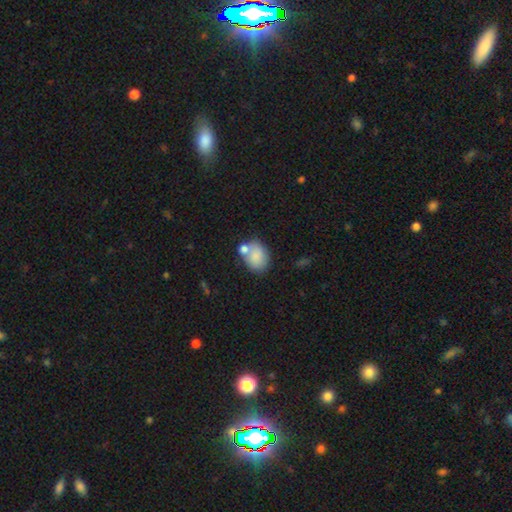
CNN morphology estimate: A smooth galaxy with no disk features (82%) that is in between round and cigar-shaped (60%). Merging: none (52%).